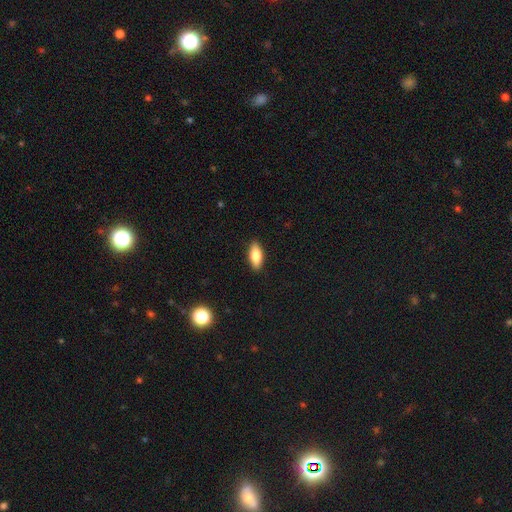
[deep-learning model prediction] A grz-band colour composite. It shows a smooth galaxy with no disk features (77%) that is in between round and cigar-shaped (79%). Merging: none (89%).